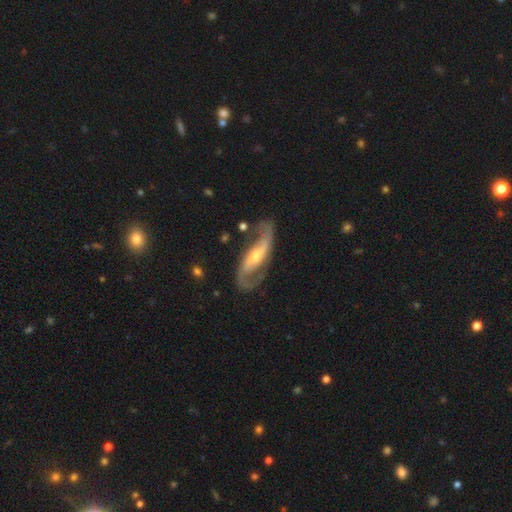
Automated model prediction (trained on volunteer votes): The model was most divided on "bar": strong: 36%, weak: 35%, no: 29%. Remaining: spiral arms — yes (96%); spiral arm count — 2 (91%); edge-on disk — no (90%); smooth or featured — featured or disk (88%); merging — none (74%); bulge size — moderate (51%); spiral winding — medium (42%).